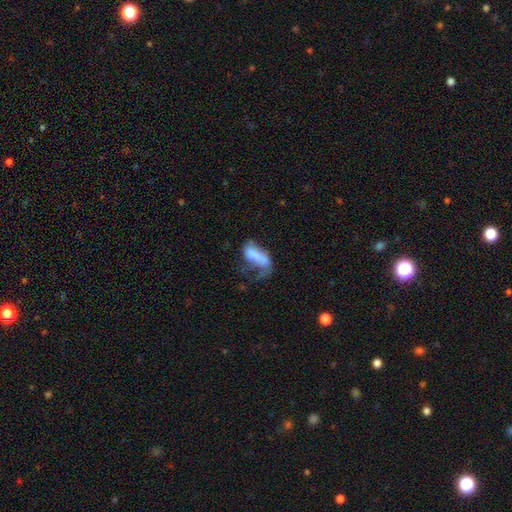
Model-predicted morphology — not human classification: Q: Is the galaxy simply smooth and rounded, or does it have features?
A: smooth — 60%.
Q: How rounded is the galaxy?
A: in between — 82%.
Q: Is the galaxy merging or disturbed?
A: major disturbance — 52%.